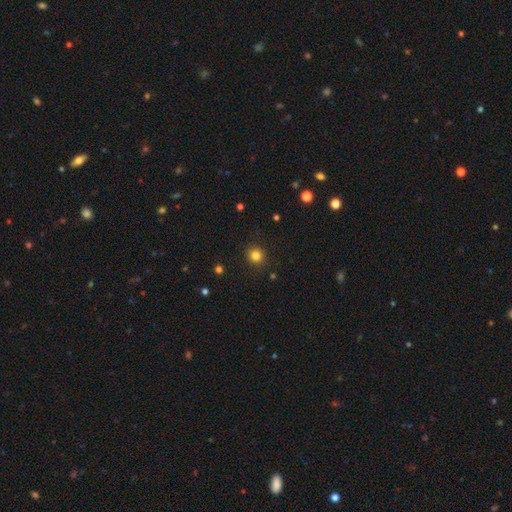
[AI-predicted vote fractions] The model was most divided on "smooth or featured": smooth: 82%, star or artifact: 13%, featured or disk: 5%. More confident: how rounded — round (91%); merging — none (90%).